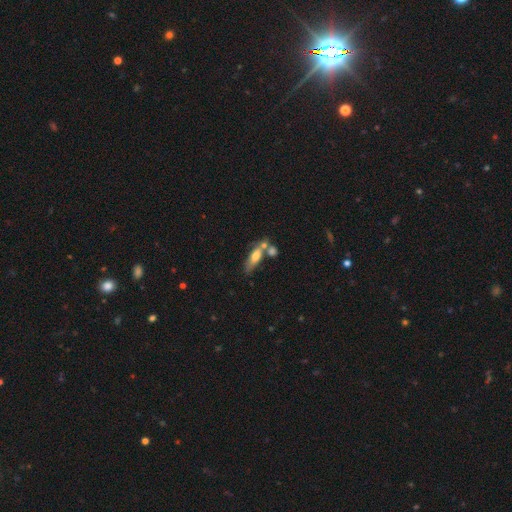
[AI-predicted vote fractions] Q: Smooth or featured?
A: smooth (60%); runner-up: featured or disk (32%)
Q: How rounded?
A: in between (51%); runner-up: cigar-shaped (45%)
Q: Merging?
A: none (46%); runner-up: merger (33%)